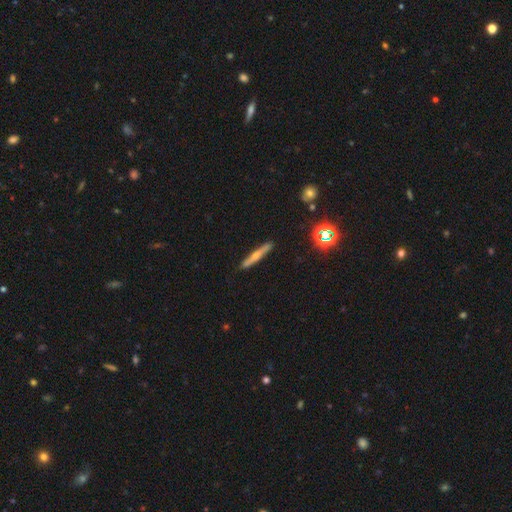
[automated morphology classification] Q: Smooth or featured?
A: featured or disk (48%); runner-up: smooth (44%)
Q: Merging?
A: none (87%); runner-up: minor disturbance (10%)